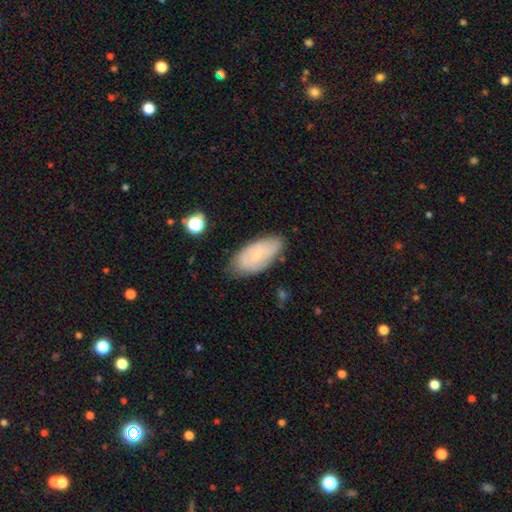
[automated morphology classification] The model was most divided on "smooth or featured": smooth: 53%, featured or disk: 40%, star or artifact: 8%. More confident: how rounded — in between (92%); merging — none (73%).